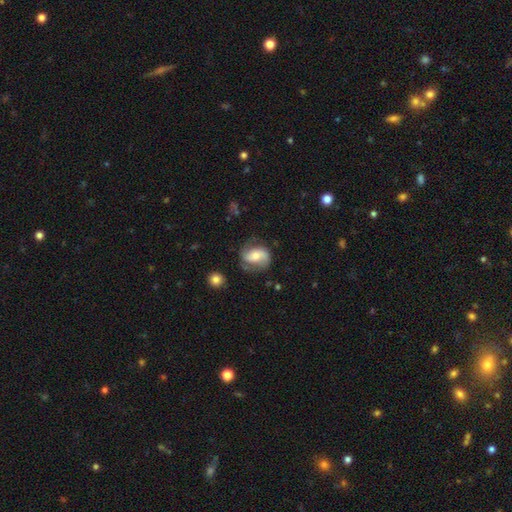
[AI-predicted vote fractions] Morphology: type=featured or disk (66%); edge-on=no (97%); bar=no (44%); spiral arms=yes (89%); winding=medium (42%); arm count=2 (83%); bulge=moderate (59%); merging=none (65%).